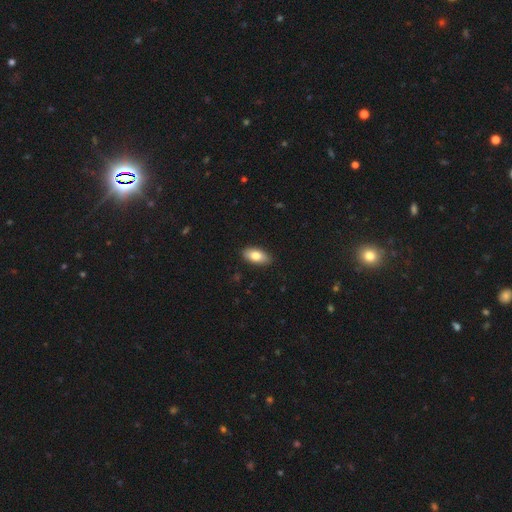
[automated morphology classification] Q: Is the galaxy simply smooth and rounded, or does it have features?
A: smooth — 82%.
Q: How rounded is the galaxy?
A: in between — 91%.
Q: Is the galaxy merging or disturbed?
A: none — 88%.